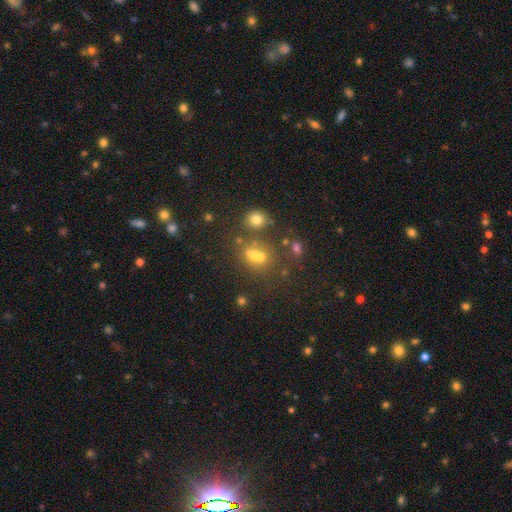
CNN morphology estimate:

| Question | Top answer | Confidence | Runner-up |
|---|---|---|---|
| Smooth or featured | smooth | 55% | star or artifact (29%) |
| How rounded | round | 56% | in between (41%) |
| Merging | none | 45% | merger (38%) |